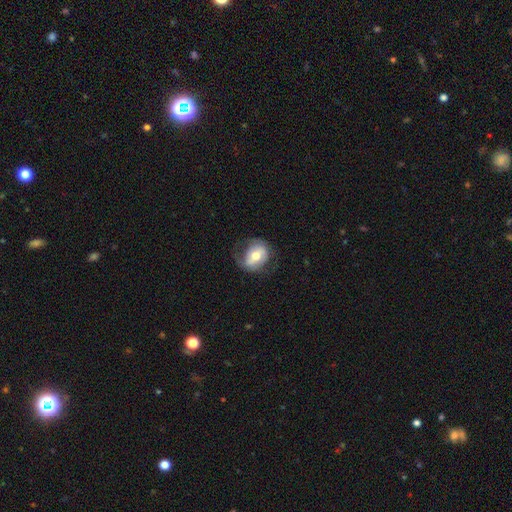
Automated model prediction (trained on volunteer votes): This appears to be a smooth galaxy with no disk features (48%). Merging: none (60%).